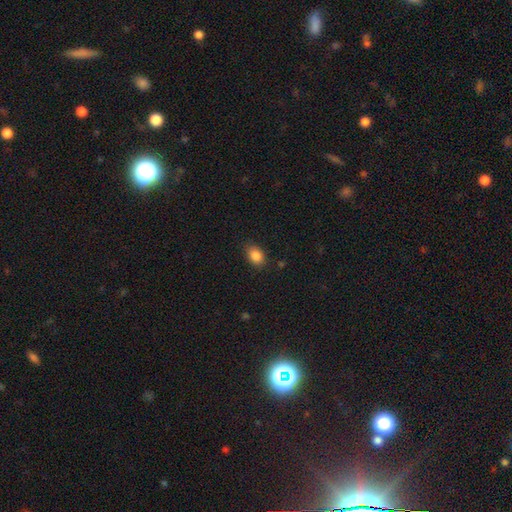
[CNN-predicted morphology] smooth-or-featured: smooth: 86% | star or artifact: 9% | featured or disk: 5%
  how-rounded: in between: 74% | round: 25% | cigar-shaped: 1%
  merging: none: 83% | minor disturbance: 13% | major disturbance: 3% | merger: 1%